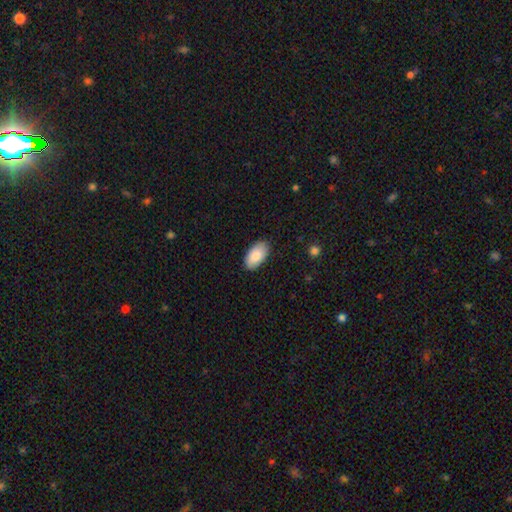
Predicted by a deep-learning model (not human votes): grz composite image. It shows a smooth galaxy with no disk features (88%) that is in between round and cigar-shaped (95%). Merging: none (87%).